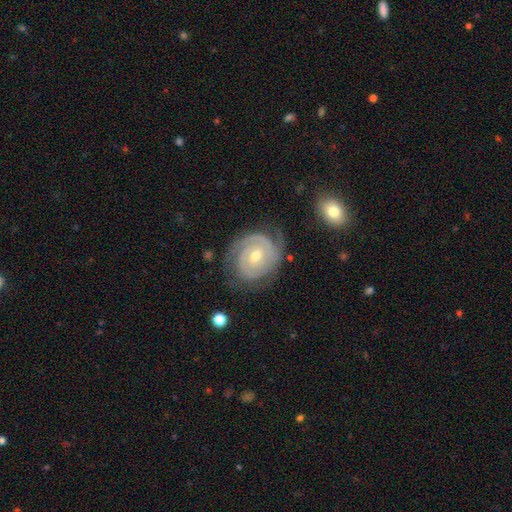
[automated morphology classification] Q: Smooth or featured?
A: featured or disk (88%); runner-up: smooth (7%)
Q: Edge-on disk?
A: no (98%); runner-up: yes (2%)
Q: Bar?
A: no (60%); runner-up: weak (31%)
Q: Spiral arms?
A: yes (96%); runner-up: no (4%)
Q: Spiral winding?
A: tight (76%); runner-up: medium (19%)
Q: Spiral arm count?
A: 2 (54%); runner-up: can't tell (18%)
Q: Bulge size?
A: moderate (58%); runner-up: small (38%)
Q: Merging?
A: none (72%); runner-up: minor disturbance (18%)